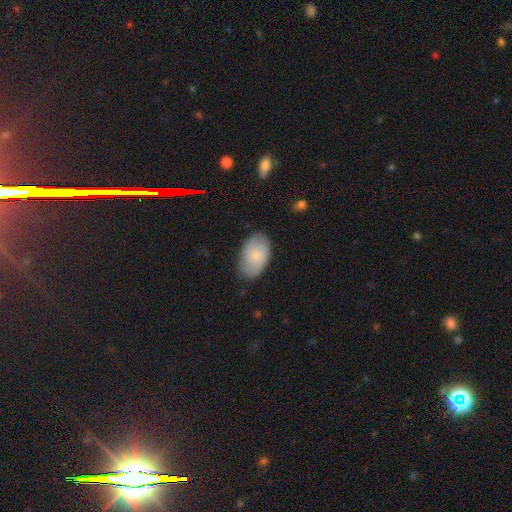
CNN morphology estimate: A smooth galaxy with no disk features (69%) that is in between round and cigar-shaped (92%).

Vote fractions:
- Smooth or featured? smooth: 69% / featured or disk: 25% / star or artifact: 7%
- How rounded? in between: 92% / round: 6% / cigar-shaped: 1%
- Merging? none: 76% / minor disturbance: 19% / major disturbance: 4% / merger: 1%